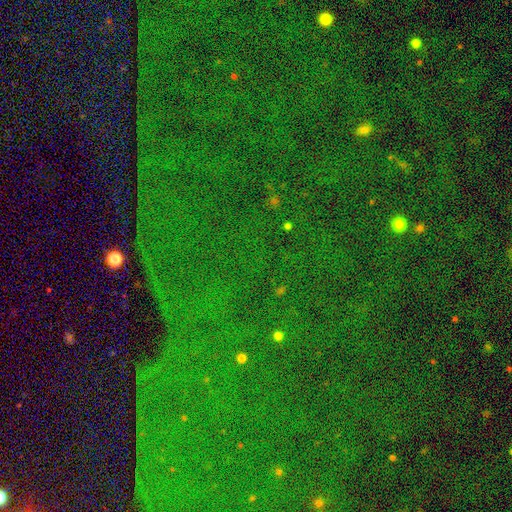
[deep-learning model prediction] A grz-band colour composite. It shows a star or artifact, not a galaxy (79%).